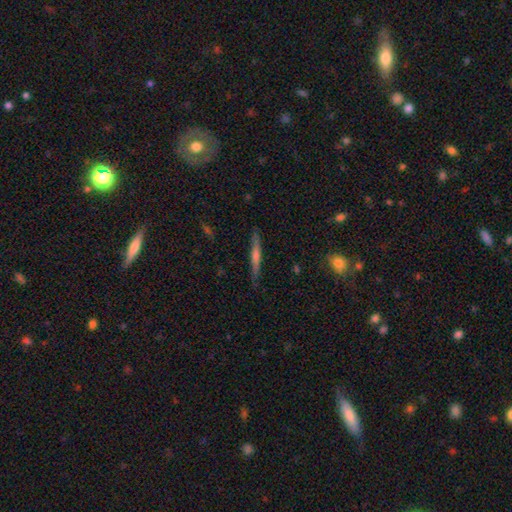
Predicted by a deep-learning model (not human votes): Overall: featured or disk (70%). Edge-on disk: yes (97%). Edge-on bulge: rounded (72%). Merging: none (88%).